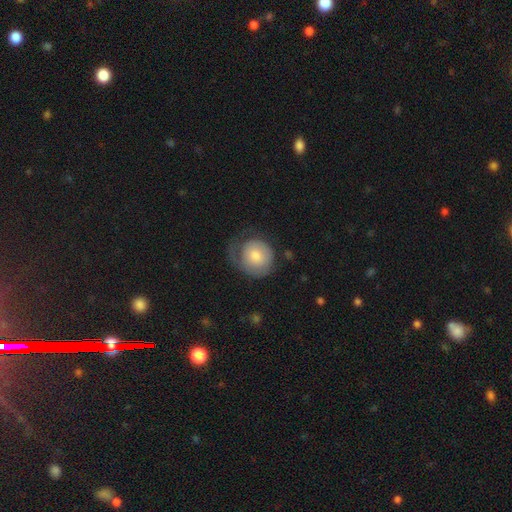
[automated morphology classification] A smooth galaxy with no disk features (65%) that is round (82%). Merging: none (44%).